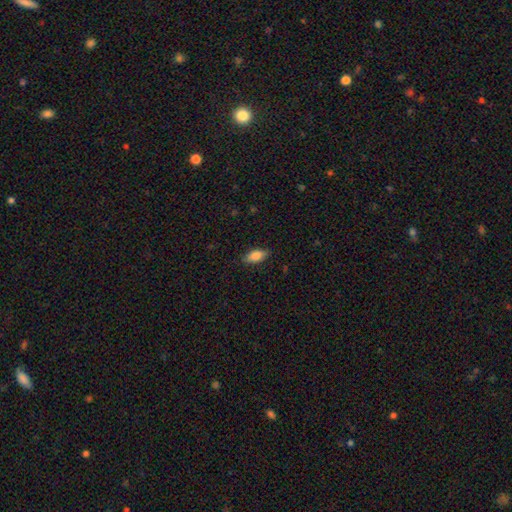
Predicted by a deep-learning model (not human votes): This is clearly a smooth galaxy (84%). How rounded: clearly in between (85%). Merging: clearly none (86%).